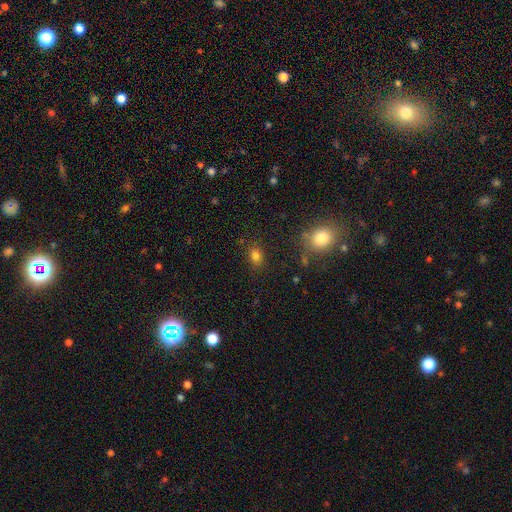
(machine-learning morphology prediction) This is likely a smooth galaxy (79%). How rounded: likely in between (65%). Merging: clearly none (81%).